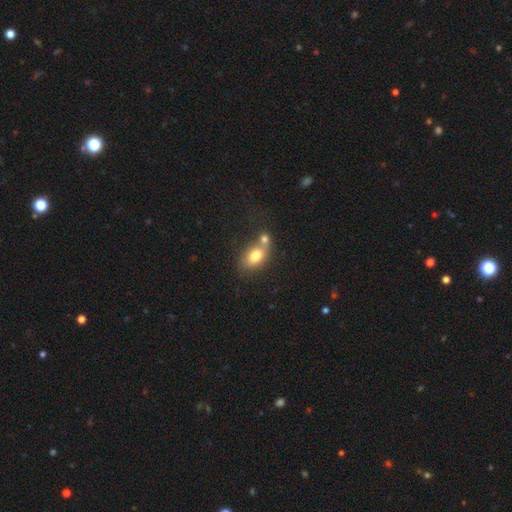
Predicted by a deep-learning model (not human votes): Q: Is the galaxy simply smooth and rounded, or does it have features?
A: smooth — 75%.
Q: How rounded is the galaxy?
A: in between — 78%.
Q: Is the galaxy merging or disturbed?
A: merger — 50%.